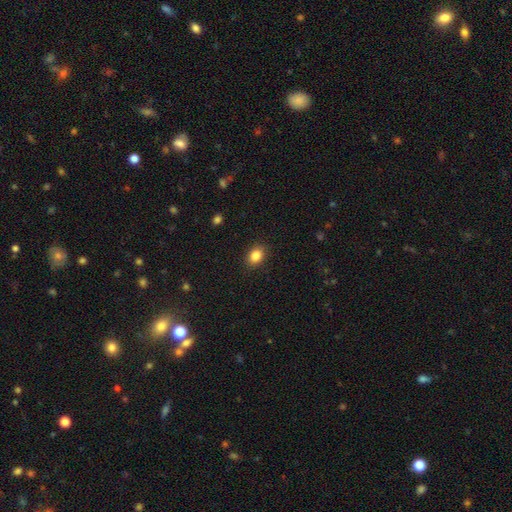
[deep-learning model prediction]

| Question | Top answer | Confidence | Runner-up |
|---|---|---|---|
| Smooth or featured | smooth | 86% | star or artifact (9%) |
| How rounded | in between | 65% | round (34%) |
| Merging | none | 88% | minor disturbance (8%) |